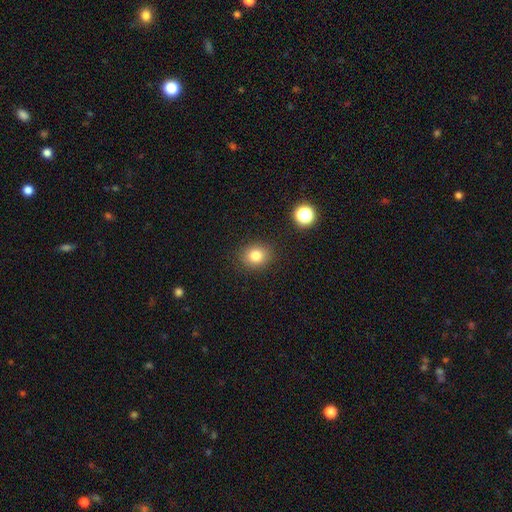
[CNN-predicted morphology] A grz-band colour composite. It shows a smooth galaxy with no disk features (81%) that is round (68%). Merging: none (87%).